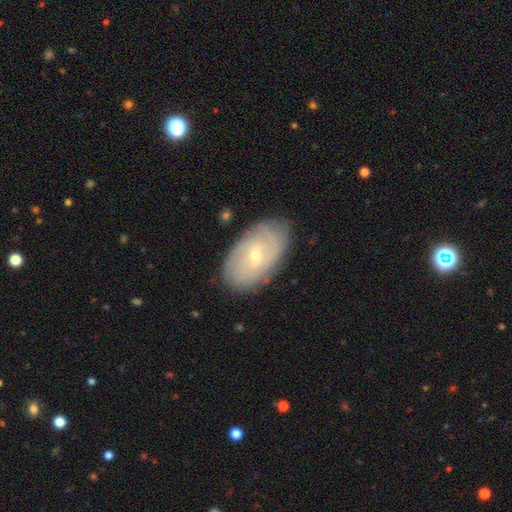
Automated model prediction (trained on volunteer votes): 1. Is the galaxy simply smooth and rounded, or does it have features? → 66% featured or disk, 28% smooth, 7% star or artifact.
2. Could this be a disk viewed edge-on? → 92% no, 8% yes.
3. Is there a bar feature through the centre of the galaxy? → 49% no, 41% weak, 10% strong.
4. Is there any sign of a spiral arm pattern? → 71% yes, 29% no.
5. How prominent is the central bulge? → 65% small, 33% moderate, 1% large, 1% none, 1% dominant.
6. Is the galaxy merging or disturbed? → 82% none, 14% minor disturbance, 3% major disturbance, 1% merger.